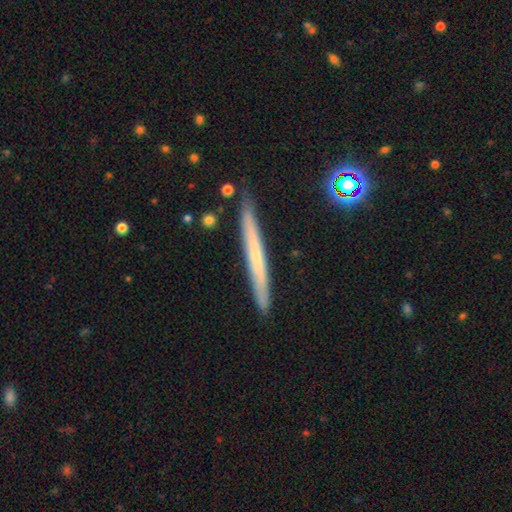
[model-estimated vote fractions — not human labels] A smooth galaxy with no disk features (46%, tied with featured or disk).

Vote fractions:
- Smooth or featured? smooth: 46% (tied) / featured or disk: 46% (tied) / star or artifact: 8%
- Merging? none: 89% / minor disturbance: 8% / merger: 2% / major disturbance: 1%